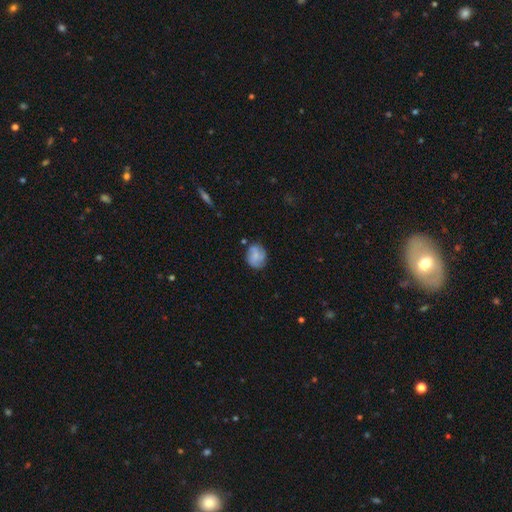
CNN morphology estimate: This appears to be a smooth galaxy with no disk features (51%) that is round (62%). Merging: none (67%).